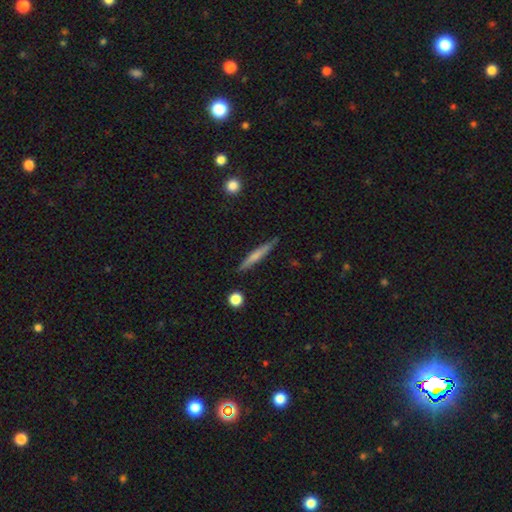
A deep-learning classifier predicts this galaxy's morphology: This appears to be a smooth galaxy with no disk features (53%) that is cigar-shaped (94%). Merging: none (86%).